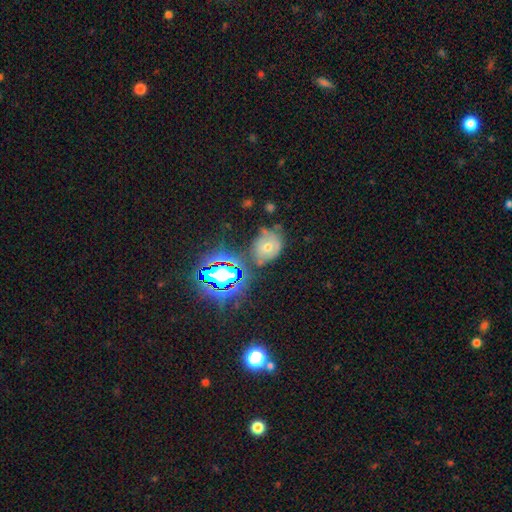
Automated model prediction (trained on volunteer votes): Smooth or featured? Predicted: star or artifact (p=0.74).